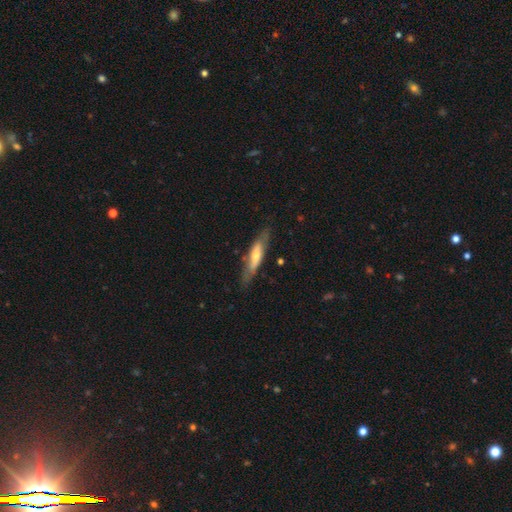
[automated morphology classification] smooth-or-featured: featured or disk: 50% | smooth: 45% | star or artifact: 6%
  merging: none: 76% | minor disturbance: 17% | major disturbance: 5% | merger: 2%